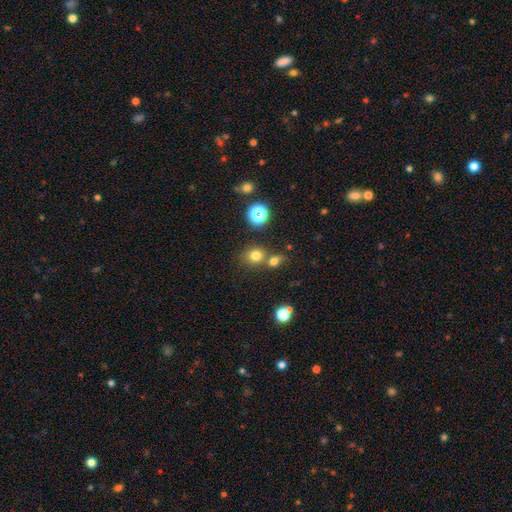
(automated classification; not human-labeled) smooth-or-featured: smooth: 74% | star or artifact: 19% | featured or disk: 8%
  how-rounded: round: 76% | in between: 23% | cigar-shaped: 1%
  merging: none: 59% | merger: 27% | minor disturbance: 10% | major disturbance: 4%